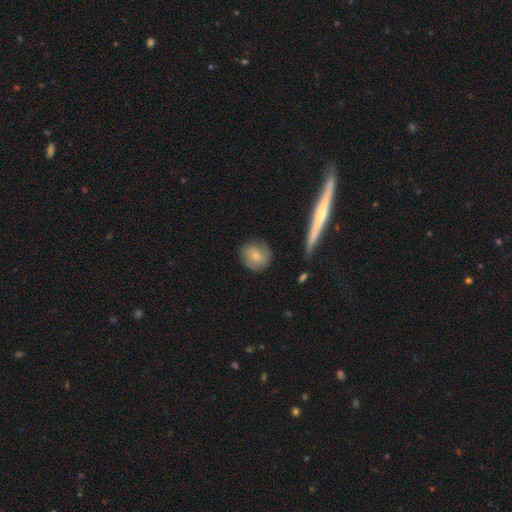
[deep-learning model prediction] Overall: smooth (72%). How rounded: round (77%). Merging: none (78%).